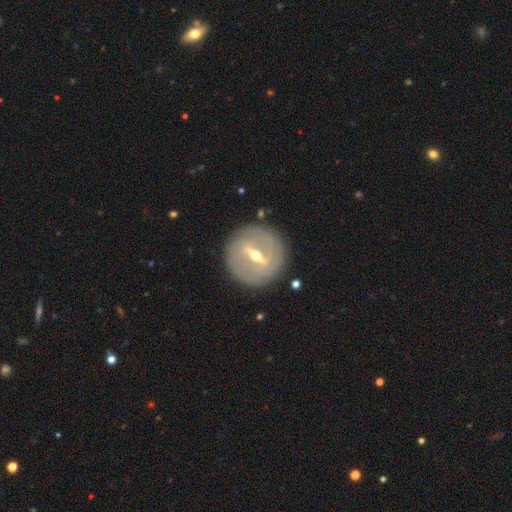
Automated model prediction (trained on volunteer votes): featured or disk 78%, smooth 16%, star or artifact 6%. Down the decision tree: edge-on disk — no (79%); bar — strong (66%); spiral arms — no (53%); bulge size — moderate (58%); merging — none (86%).